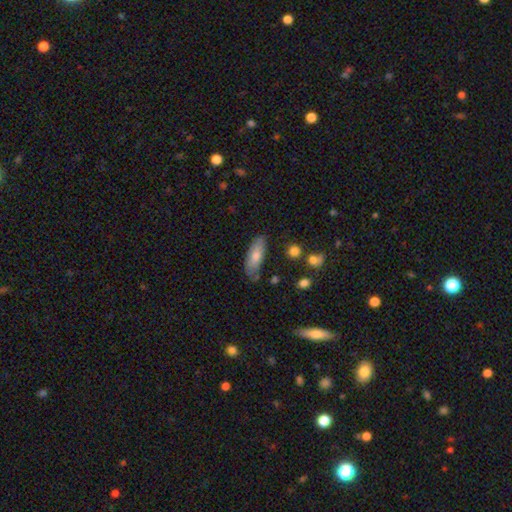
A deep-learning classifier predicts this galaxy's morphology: smooth_or_featured: smooth (p=0.68) [alt: featured or disk p=0.25]
how_rounded: in between (p=0.65) [alt: cigar-shaped p=0.33]
merging: none (p=0.76) [alt: minor disturbance p=0.18]